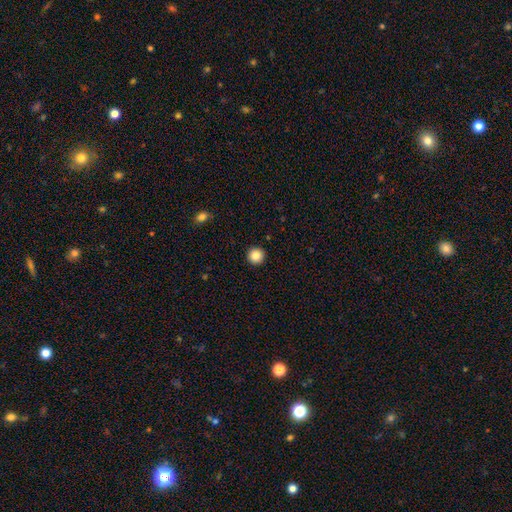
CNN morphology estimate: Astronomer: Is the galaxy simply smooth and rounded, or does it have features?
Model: smooth — 85%.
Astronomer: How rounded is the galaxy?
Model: round — 96%.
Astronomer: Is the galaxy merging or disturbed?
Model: none — 94%.